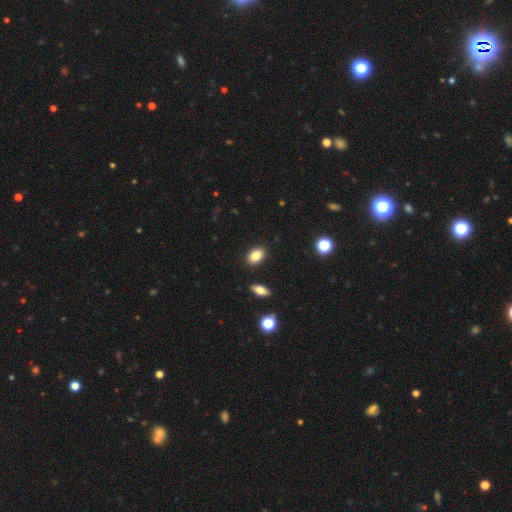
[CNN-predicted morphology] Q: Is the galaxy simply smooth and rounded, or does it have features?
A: smooth — 84%.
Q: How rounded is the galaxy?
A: in between — 82%.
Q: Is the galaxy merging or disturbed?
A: none — 88%.